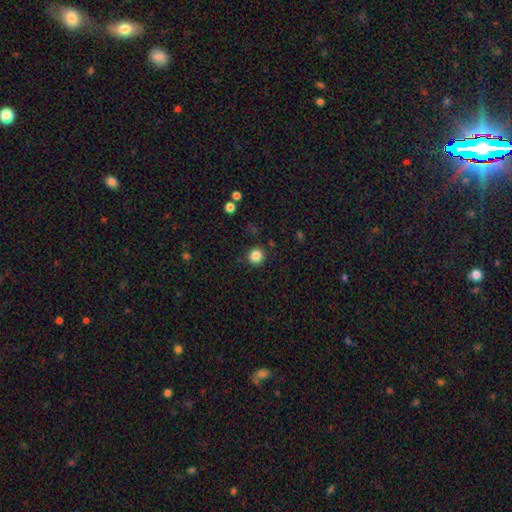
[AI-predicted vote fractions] Smooth or featured: smooth — 84% (star or artifact — 11%)
How rounded: round — 91% (in between — 8%)
Merging: none — 89% (minor disturbance — 7%)